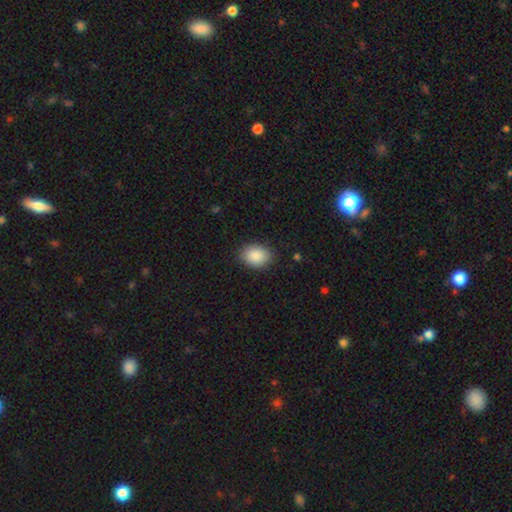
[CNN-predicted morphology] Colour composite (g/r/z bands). It shows a smooth galaxy with no disk features (89%) that is in between round and cigar-shaped (68%). Merging: none (86%).